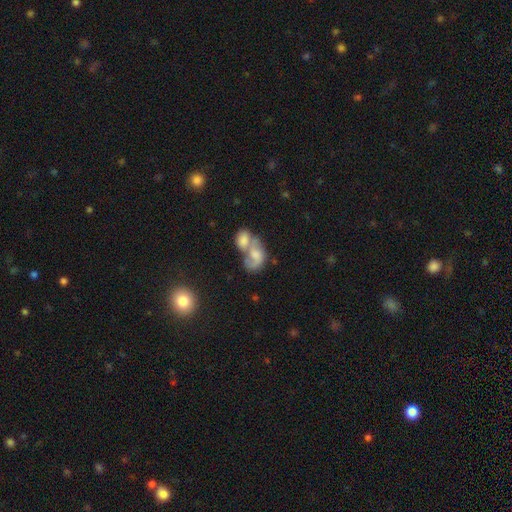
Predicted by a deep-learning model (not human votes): A smooth galaxy with no disk features (49%). Merging: merger (74%).